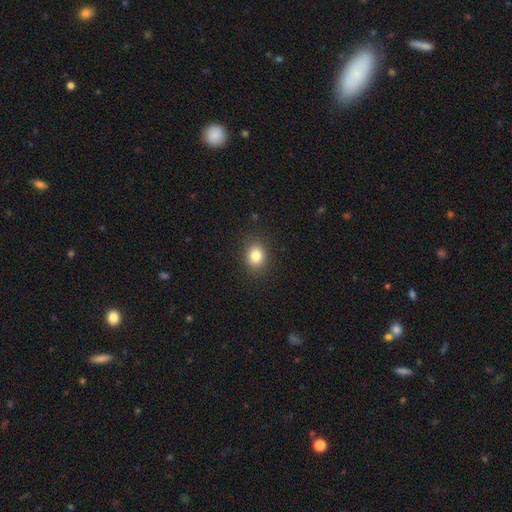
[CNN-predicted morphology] Smooth or featured? Predicted: smooth (p=0.83). How rounded? Predicted: round (p=0.59). Merging? Predicted: none (p=0.88).